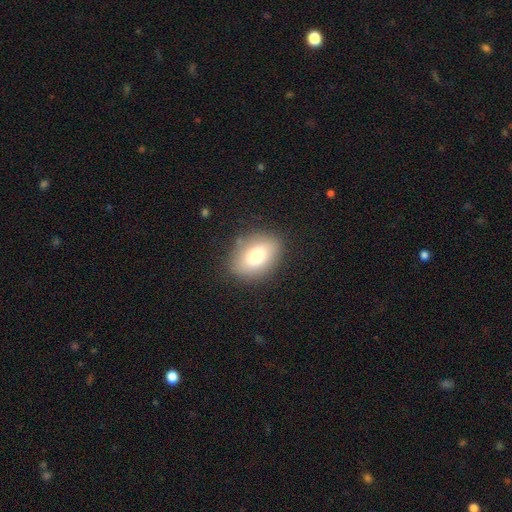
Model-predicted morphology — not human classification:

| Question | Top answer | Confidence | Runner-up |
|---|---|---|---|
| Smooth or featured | smooth | 75% | featured or disk (16%) |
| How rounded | in between | 81% | round (18%) |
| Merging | none | 83% | minor disturbance (12%) |